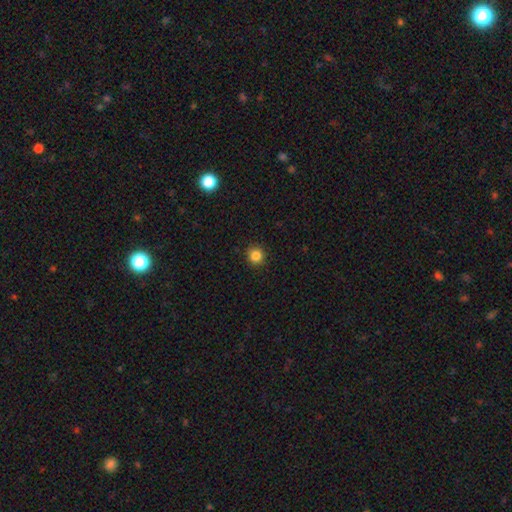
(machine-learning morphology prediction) Smooth or featured? Predicted: smooth (p=0.84). How rounded? Predicted: round (p=0.93). Merging? Predicted: none (p=0.91).